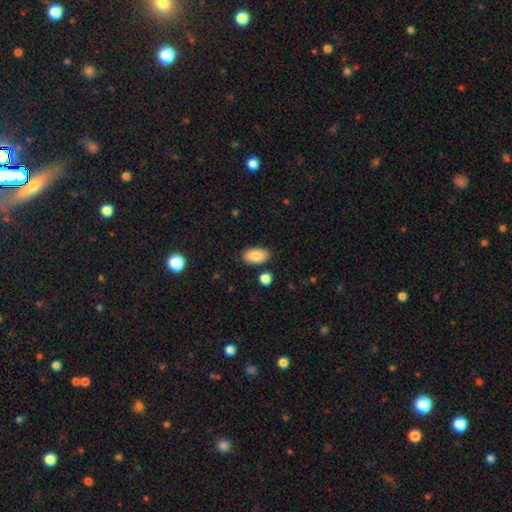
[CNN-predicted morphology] smooth 86%, star or artifact 7%, featured or disk 7%. Down the decision tree: how rounded — in between (94%); merging — none (84%).